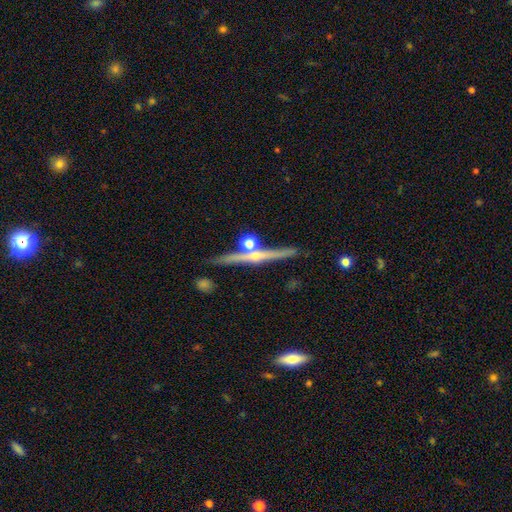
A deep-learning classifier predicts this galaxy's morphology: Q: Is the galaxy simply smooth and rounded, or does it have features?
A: featured or disk — 77%.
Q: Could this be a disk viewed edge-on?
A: yes — 97%.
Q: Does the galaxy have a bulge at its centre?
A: rounded — 83%.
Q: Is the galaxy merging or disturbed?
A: none — 80%.